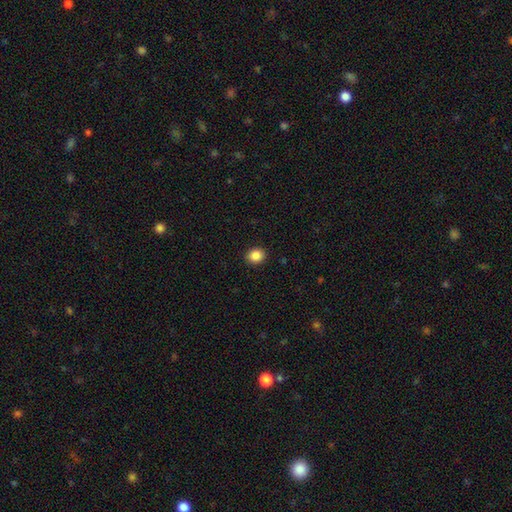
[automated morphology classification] Smooth or featured: smooth — 87% (star or artifact — 10%)
How rounded: round — 70% (in between — 29%)
Merging: none — 91% (minor disturbance — 6%)